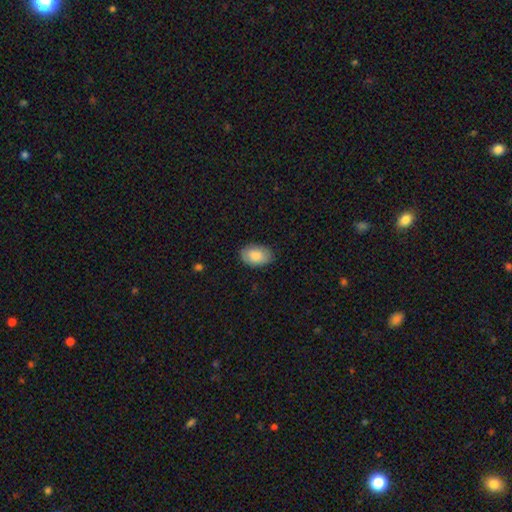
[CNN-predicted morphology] The model was most divided on "merging": none: 86%, minor disturbance: 11%, major disturbance: 2%, merger: 1%. More confident: how rounded — in between (90%); smooth or featured — smooth (85%).